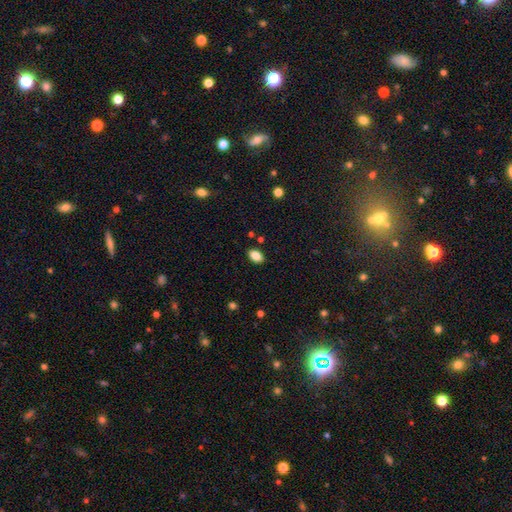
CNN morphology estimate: Q: Smooth or featured?
A: smooth (87%); runner-up: star or artifact (9%)
Q: How rounded?
A: in between (88%); runner-up: round (10%)
Q: Merging?
A: none (87%); runner-up: minor disturbance (9%)